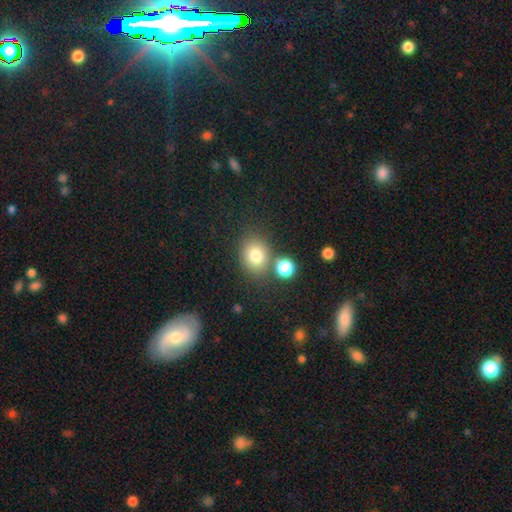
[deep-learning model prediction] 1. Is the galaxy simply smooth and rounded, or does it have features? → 79% smooth, 12% star or artifact, 9% featured or disk.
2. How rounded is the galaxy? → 57% round, 42% in between, 1% cigar-shaped.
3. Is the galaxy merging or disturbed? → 67% none, 17% merger, 11% minor disturbance, 4% major disturbance.